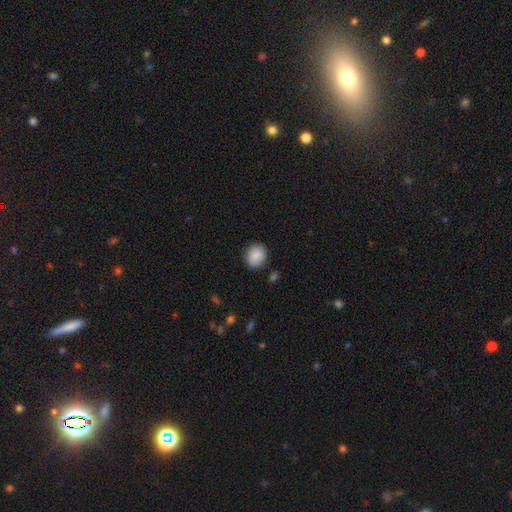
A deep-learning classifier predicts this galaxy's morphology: Smooth or featured: smooth — 88% (star or artifact — 7%)
How rounded: round — 70% (in between — 29%)
Merging: none — 87% (minor disturbance — 9%)